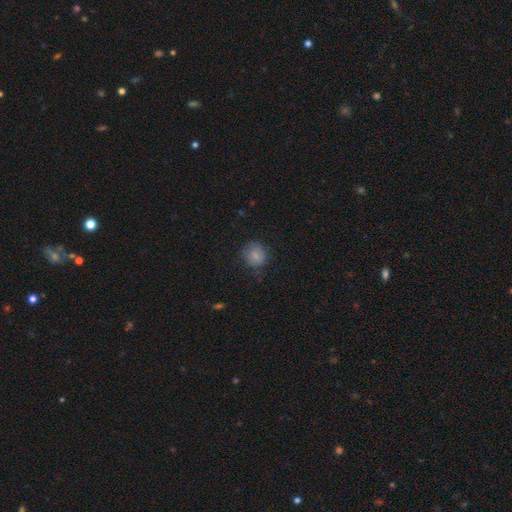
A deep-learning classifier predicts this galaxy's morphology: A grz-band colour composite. It shows a smooth galaxy with no disk features (78%) that is round (75%). Merging: none (69%).